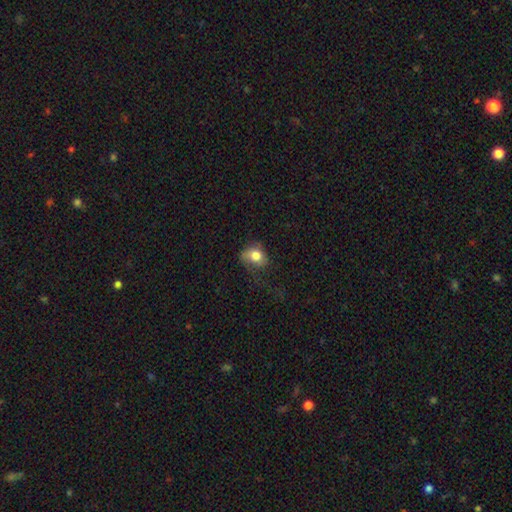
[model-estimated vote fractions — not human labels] Overall: smooth (77%). How rounded: in between (55%; round 44%). Merging: none (47%; minor disturbance 29%).